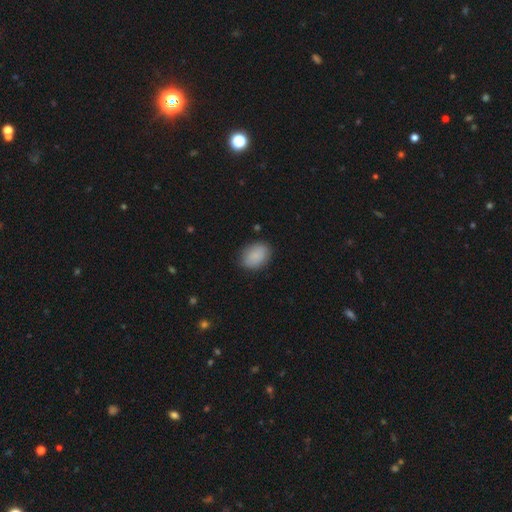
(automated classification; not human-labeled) This is clearly a smooth galaxy (88%). How rounded: likely in between (74%). Merging: clearly none (84%).